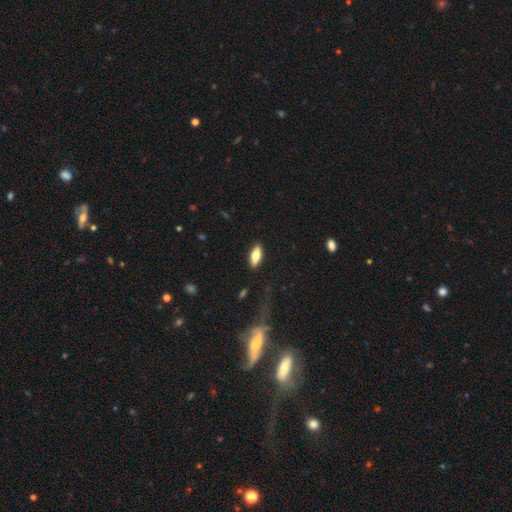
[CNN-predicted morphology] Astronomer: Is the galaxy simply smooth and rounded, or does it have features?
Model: smooth — 70%.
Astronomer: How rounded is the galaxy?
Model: in between — 72%.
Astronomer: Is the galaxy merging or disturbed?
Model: none — 88%.